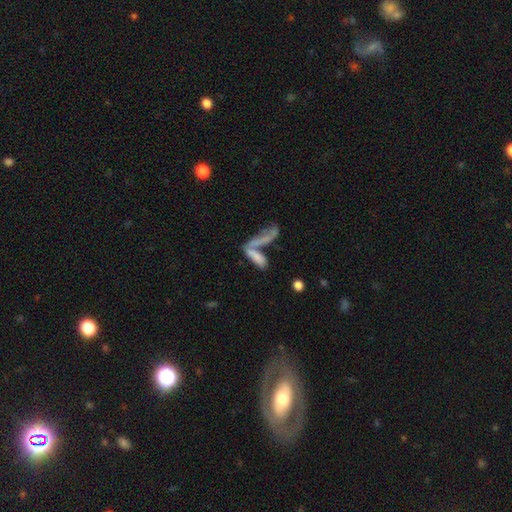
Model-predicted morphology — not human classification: A smooth galaxy with no disk features (66%) that is cigar-shaped (60%).

Vote fractions:
- Smooth or featured? smooth: 66% / featured or disk: 24% / star or artifact: 10%
- How rounded? cigar-shaped: 60% / in between: 38% / round: 3%
- Merging? merger: 60% / none: 23% / major disturbance: 9% / minor disturbance: 8%